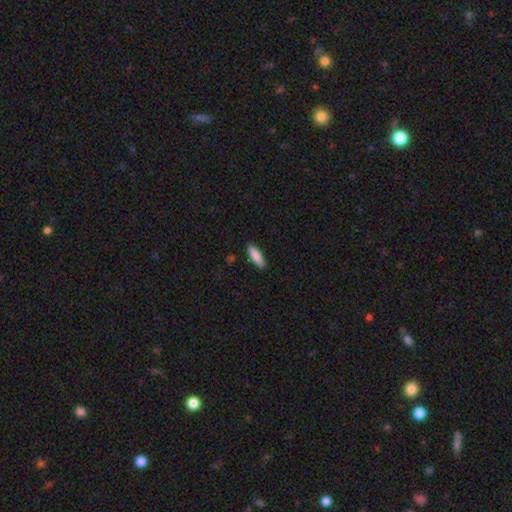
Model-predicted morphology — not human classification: A smooth galaxy with no disk features (87%) that is in between round and cigar-shaped (56%). Merging: none (88%).